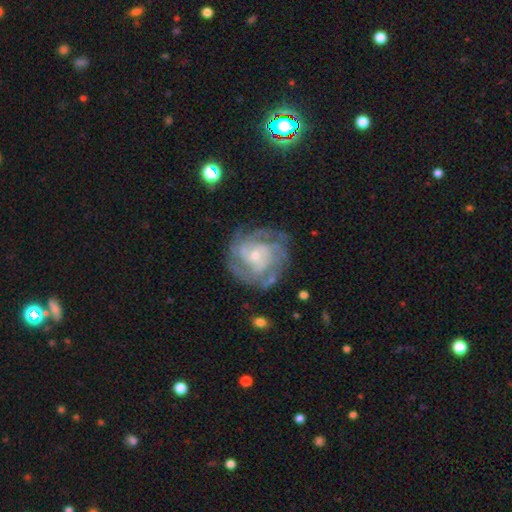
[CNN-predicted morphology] This appears to be a featured or disk galaxy (84%) with no bar (65%), tight (64%) spiral arms (95%) and a small central bulge (63%). Merging: none (74%).